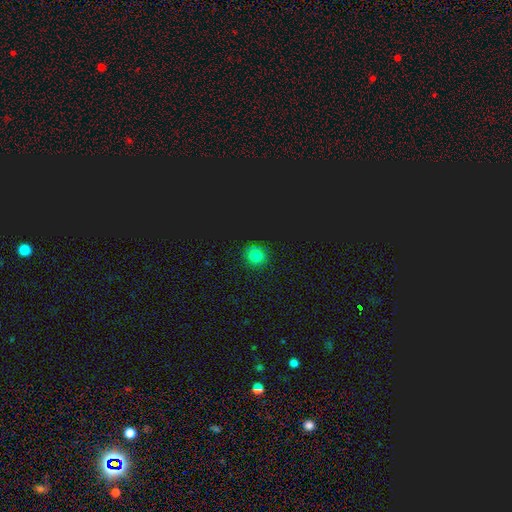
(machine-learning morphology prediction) smooth 75%, star or artifact 19%, featured or disk 5%. Down the decision tree: how rounded — round (85%); merging — none (88%).